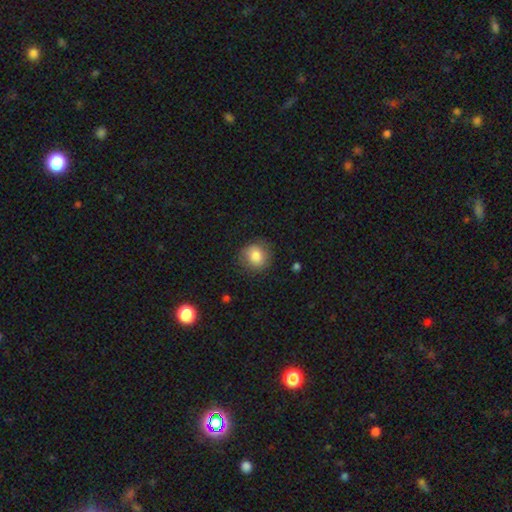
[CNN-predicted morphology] Smooth or featured: smooth — 81% (featured or disk — 10%)
How rounded: round — 84% (in between — 15%)
Merging: none — 81% (minor disturbance — 14%)